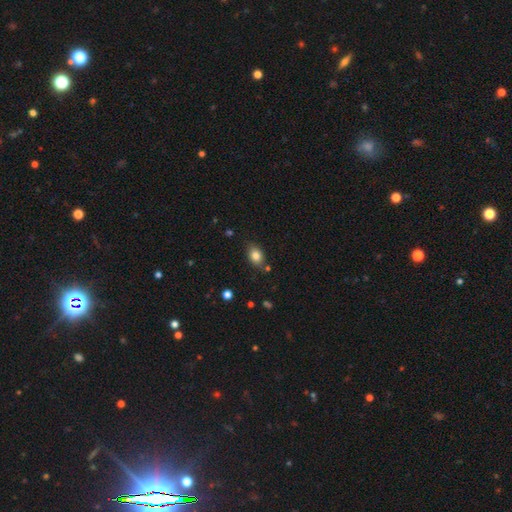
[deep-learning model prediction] A smooth galaxy with no disk features (81%) that is in between round and cigar-shaped (72%).

Vote fractions:
- Smooth or featured? smooth: 81% / star or artifact: 10% / featured or disk: 9%
- How rounded? in between: 72% / round: 26% / cigar-shaped: 2%
- Merging? none: 77% / minor disturbance: 16% / merger: 4% / major disturbance: 3%